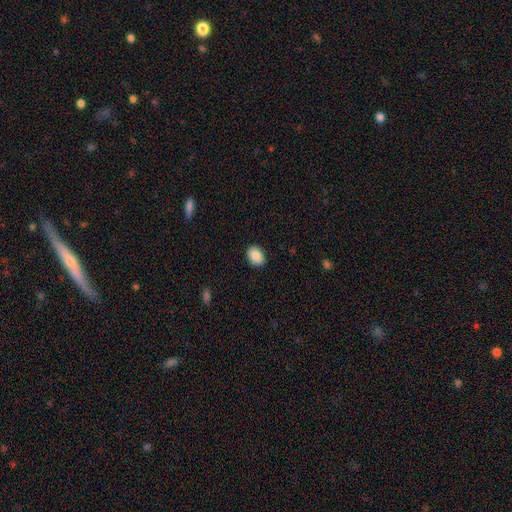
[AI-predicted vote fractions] Overall: smooth (89%). How rounded: in between (75%). Merging: none (90%).